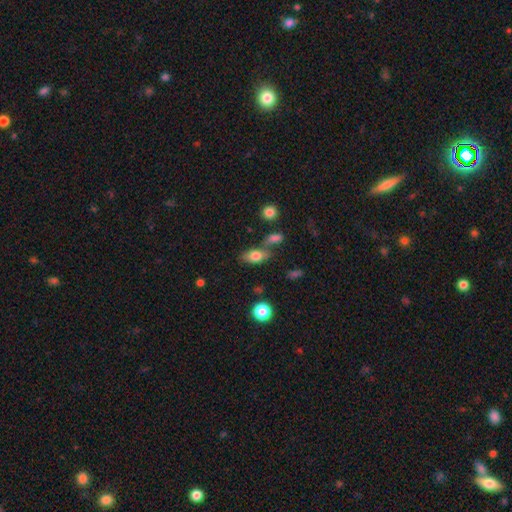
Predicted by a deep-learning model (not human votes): smooth_or_featured: smooth (p=0.76) [alt: featured or disk p=0.15]
how_rounded: in between (p=0.85) [alt: round p=0.08]
merging: none (p=0.60) [alt: merger p=0.17]